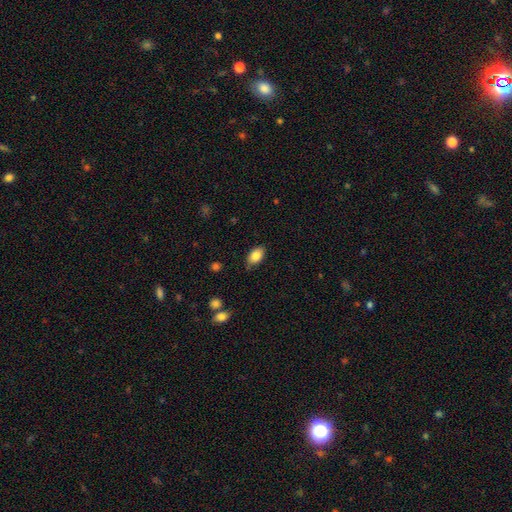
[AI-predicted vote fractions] A smooth galaxy with no disk features (85%) that is in between round and cigar-shaped (90%). Merging: none (81%).